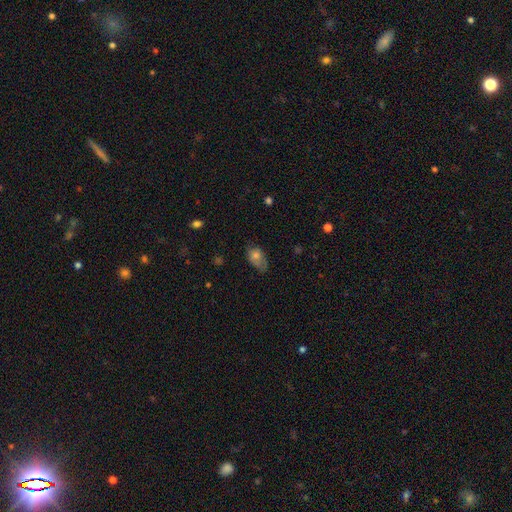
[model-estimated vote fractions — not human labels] Q: Smooth or featured?
A: smooth (70%); runner-up: featured or disk (21%)
Q: How rounded?
A: in between (85%); runner-up: round (13%)
Q: Merging?
A: none (44%); runner-up: minor disturbance (37%)